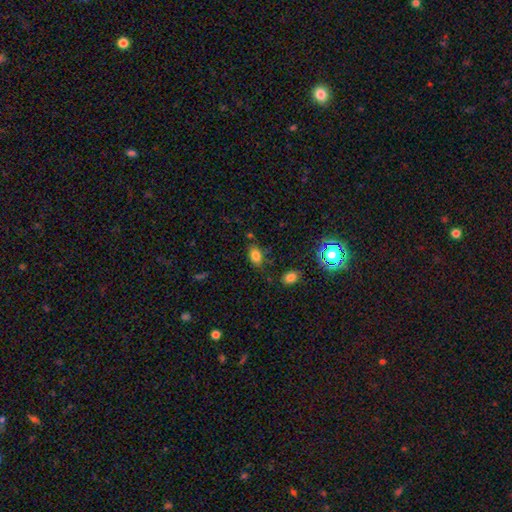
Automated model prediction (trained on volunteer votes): Smooth or featured? Predicted: smooth (p=0.79). How rounded? Predicted: in between (p=0.84). Merging? Predicted: none (p=0.74).